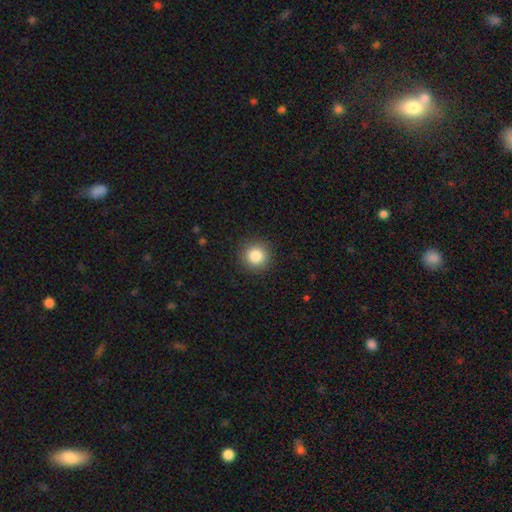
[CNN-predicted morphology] Q: Smooth or featured?
A: smooth (85%); runner-up: star or artifact (10%)
Q: How rounded?
A: round (94%); runner-up: in between (5%)
Q: Merging?
A: none (91%); runner-up: minor disturbance (6%)